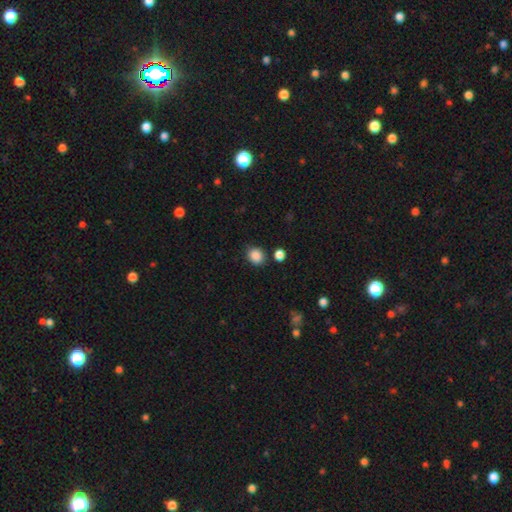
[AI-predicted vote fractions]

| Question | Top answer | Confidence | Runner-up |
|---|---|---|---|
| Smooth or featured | smooth | 87% | star or artifact (10%) |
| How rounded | round | 65% | in between (34%) |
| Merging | none | 82% | minor disturbance (10%) |